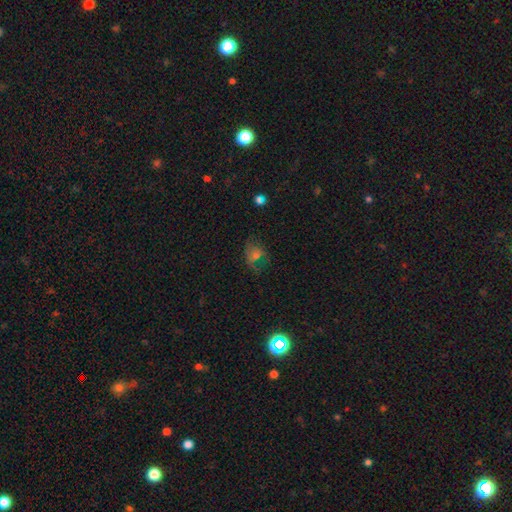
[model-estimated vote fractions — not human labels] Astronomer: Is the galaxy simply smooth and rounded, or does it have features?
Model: smooth — 40% (runner-up: featured or disk, 33%).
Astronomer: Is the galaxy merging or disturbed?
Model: none — 58%.